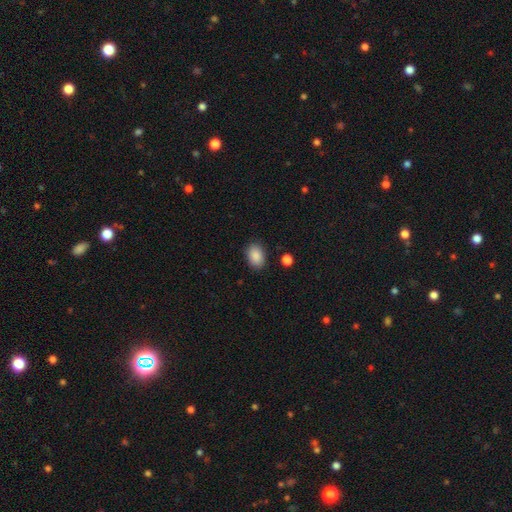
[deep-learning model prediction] Smooth or featured? Predicted: smooth (p=0.89). How rounded? Predicted: in between (p=0.84). Merging? Predicted: none (p=0.87).